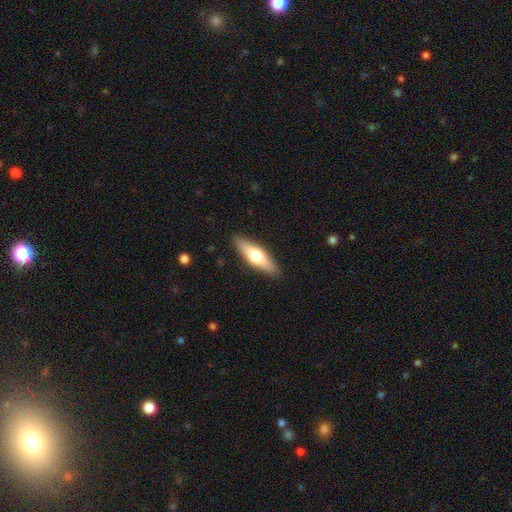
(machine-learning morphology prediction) smooth-or-featured: smooth: 50% | featured or disk: 45% | star or artifact: 6%
  merging: none: 89% | minor disturbance: 8% | major disturbance: 2% | merger: 1%